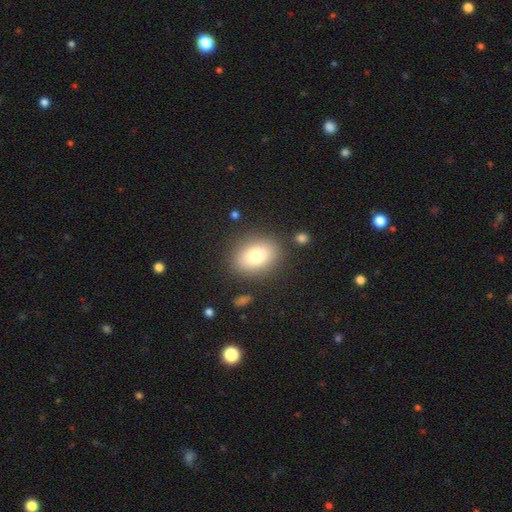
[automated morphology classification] A smooth galaxy with no disk features (78%) that is in between round and cigar-shaped (66%).

Vote fractions:
- Smooth or featured? smooth: 78% / featured or disk: 13% / star or artifact: 9%
- How rounded? in between: 66% / round: 32% / cigar-shaped: 1%
- Merging? none: 83% / minor disturbance: 10% / major disturbance: 4% / merger: 3%